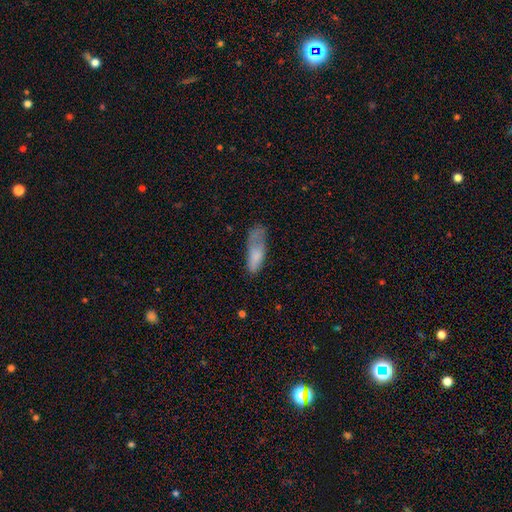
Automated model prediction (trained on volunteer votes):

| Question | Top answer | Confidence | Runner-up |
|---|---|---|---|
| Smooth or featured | smooth | 76% | featured or disk (17%) |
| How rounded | in between | 59% | cigar-shaped (39%) |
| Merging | minor disturbance | 34% | none (31%) |